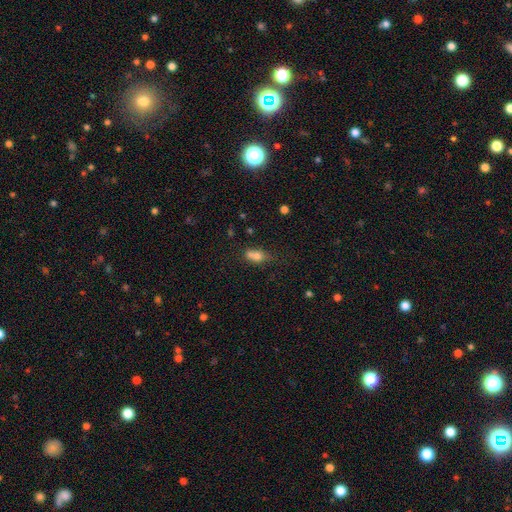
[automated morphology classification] The model was most divided on "merging": merger: 40%, none: 34%, minor disturbance: 17%, major disturbance: 8%. More confident: smooth or featured — smooth (70%); how rounded — in between (65%).